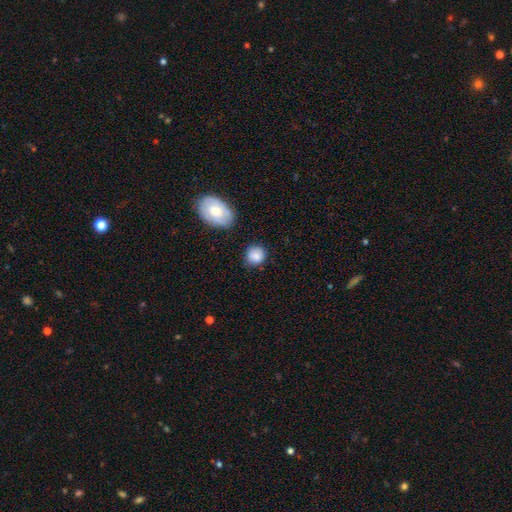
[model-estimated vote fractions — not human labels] Q: Smooth or featured?
A: smooth (84%); runner-up: featured or disk (8%)
Q: How rounded?
A: round (84%); runner-up: in between (15%)
Q: Merging?
A: none (77%); runner-up: minor disturbance (15%)